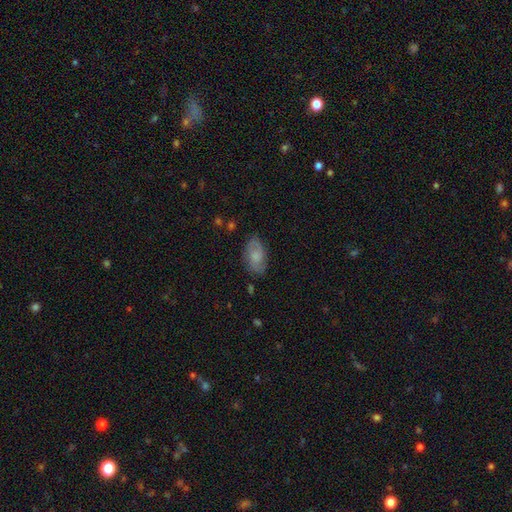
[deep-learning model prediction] smooth-or-featured: featured or disk: 46% | smooth: 45% | star or artifact: 8%
  merging: none: 75% | minor disturbance: 18% | major disturbance: 5% | merger: 1%